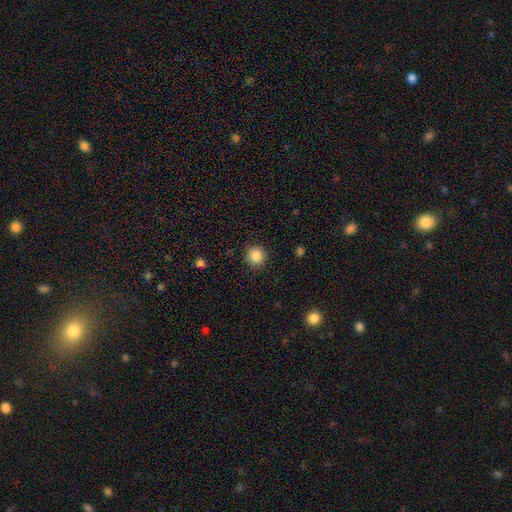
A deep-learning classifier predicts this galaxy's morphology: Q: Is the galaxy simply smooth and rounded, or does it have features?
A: smooth — 87%.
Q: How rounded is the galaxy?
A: round — 93%.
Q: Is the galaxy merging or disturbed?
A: none — 89%.